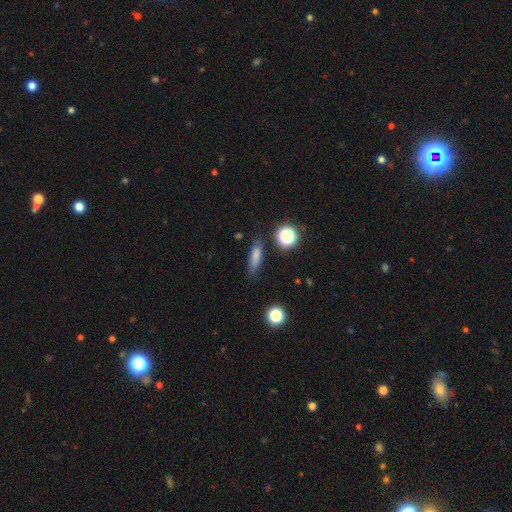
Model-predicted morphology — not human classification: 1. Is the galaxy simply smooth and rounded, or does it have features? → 76% smooth, 13% star or artifact, 11% featured or disk.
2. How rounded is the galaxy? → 57% cigar-shaped, 36% in between, 7% round.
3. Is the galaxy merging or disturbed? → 79% none, 14% minor disturbance, 4% major disturbance, 3% merger.